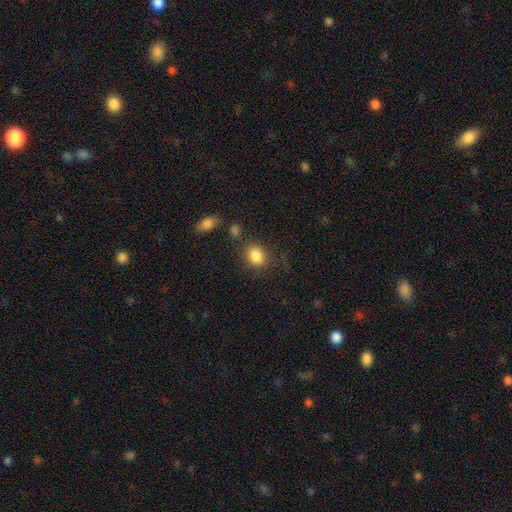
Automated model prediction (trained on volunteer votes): A smooth galaxy with no disk features (86%) that is round (55%). Merging: none (73%).